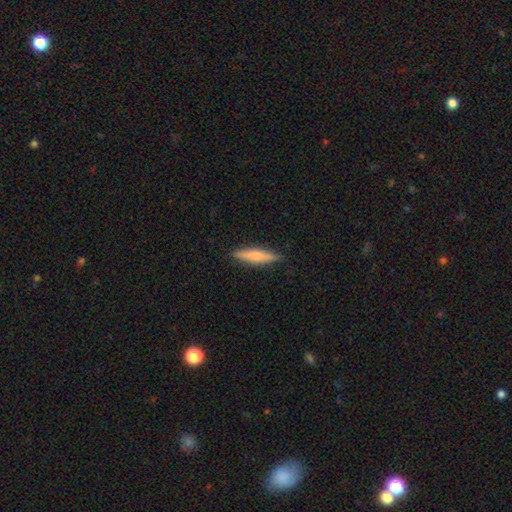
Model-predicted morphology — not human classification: Smooth or featured?
  - smooth: 67% *
  - featured or disk: 27%
  - star or artifact: 6%
How rounded?
  - cigar-shaped: 82% *
  - in between: 16%
  - round: 2%
Merging?
  - none: 90% *
  - minor disturbance: 8%
  - major disturbance: 2%
  - merger: 1%